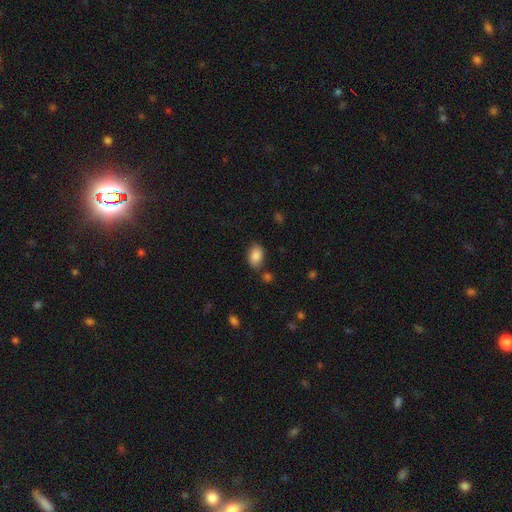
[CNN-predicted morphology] Overall: smooth (87%). How rounded: in between (87%). Merging: none (77%).